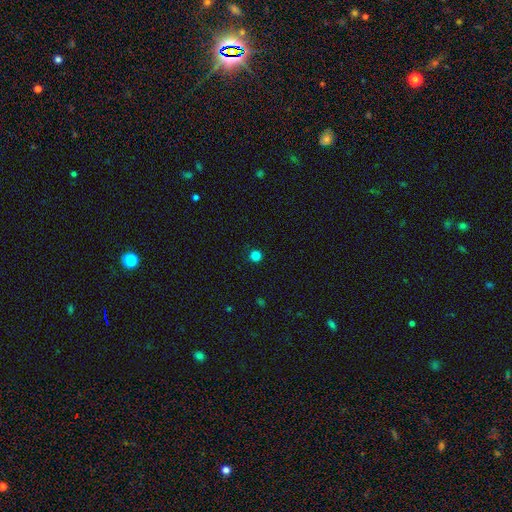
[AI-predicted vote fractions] The model was most divided on "smooth or featured": smooth: 83%, star or artifact: 14%, featured or disk: 3%. More confident: how rounded — round (96%); merging — none (92%).